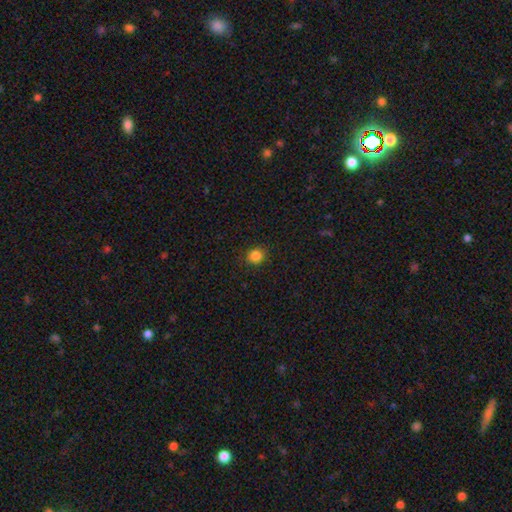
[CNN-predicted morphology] Smooth or featured?
  - smooth: 85% *
  - star or artifact: 11%
  - featured or disk: 4%
How rounded?
  - round: 82% *
  - in between: 17%
  - cigar-shaped: 1%
Merging?
  - none: 90% *
  - minor disturbance: 7%
  - major disturbance: 2%
  - merger: 1%